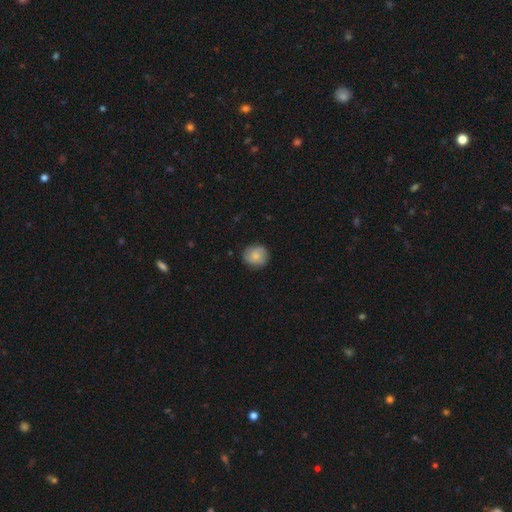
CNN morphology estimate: This is likely a smooth galaxy (75%). How rounded: clearly round (87%). Merging: clearly none (84%).